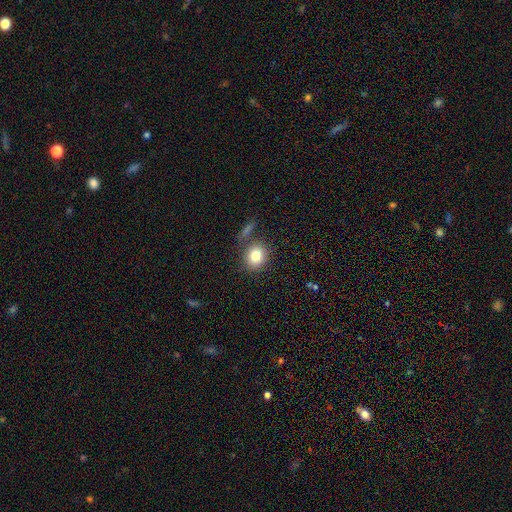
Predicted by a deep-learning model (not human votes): Smooth or featured?
  - smooth: 81% *
  - star or artifact: 10%
  - featured or disk: 9%
How rounded?
  - round: 74% *
  - in between: 25%
  - cigar-shaped: 1%
Merging?
  - none: 73% *
  - minor disturbance: 12%
  - merger: 11%
  - major disturbance: 4%